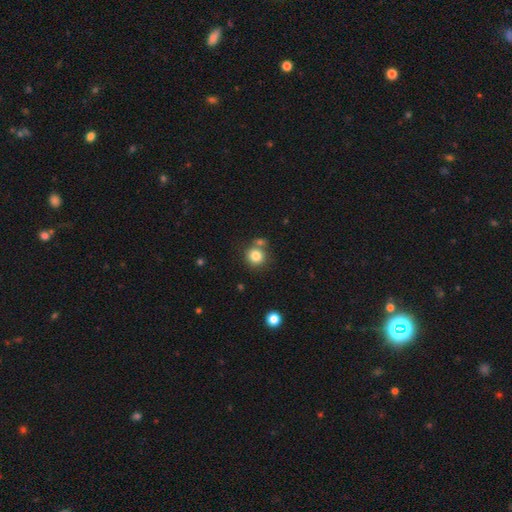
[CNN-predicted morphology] Smooth or featured: smooth — 82% (star or artifact — 11%)
How rounded: round — 88% (in between — 11%)
Merging: none — 67% (merger — 19%)